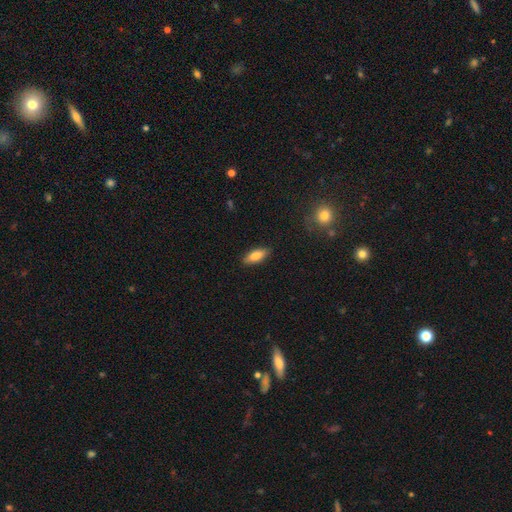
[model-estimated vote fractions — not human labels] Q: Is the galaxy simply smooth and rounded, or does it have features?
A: smooth — 83%.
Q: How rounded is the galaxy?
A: in between — 71%.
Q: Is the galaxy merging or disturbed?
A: none — 86%.